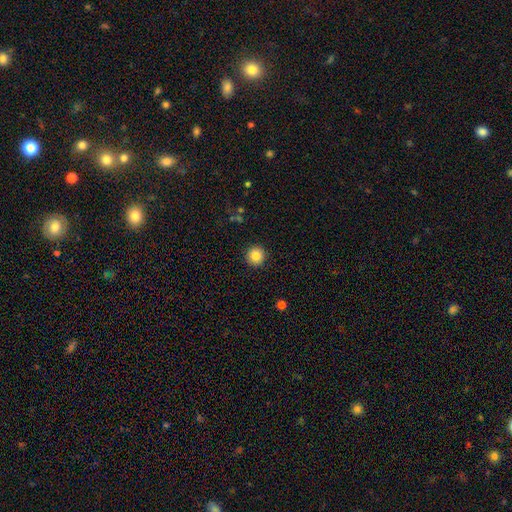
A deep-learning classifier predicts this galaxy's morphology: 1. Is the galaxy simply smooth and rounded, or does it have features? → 85% smooth, 10% star or artifact, 5% featured or disk.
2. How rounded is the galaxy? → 95% round, 4% in between, 1% cigar-shaped.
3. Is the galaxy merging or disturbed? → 92% none, 5% minor disturbance, 2% major disturbance, 1% merger.